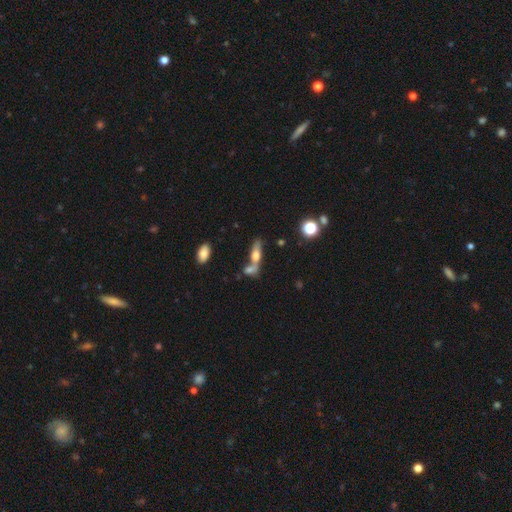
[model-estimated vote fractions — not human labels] Q: Smooth or featured?
A: smooth (51%); runner-up: featured or disk (38%)
Q: How rounded?
A: in between (49%); runner-up: cigar-shaped (45%)
Q: Merging?
A: merger (48%); runner-up: none (37%)